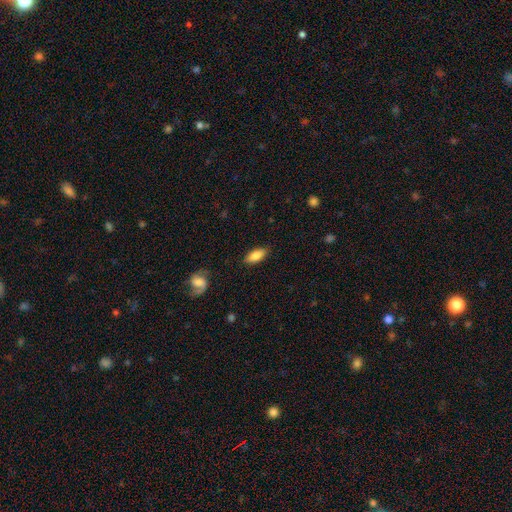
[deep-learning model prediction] The model was most divided on "how rounded": in between: 82%, cigar-shaped: 16%, round: 2%. More confident: merging — none (85%); smooth or featured — smooth (83%).